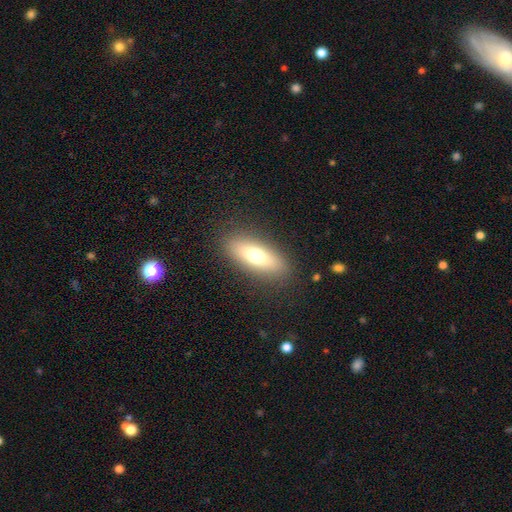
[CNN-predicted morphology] The model was most divided on "how rounded": in between: 61%, cigar-shaped: 36%, round: 3%. More confident: merging — none (87%); smooth or featured — smooth (67%).